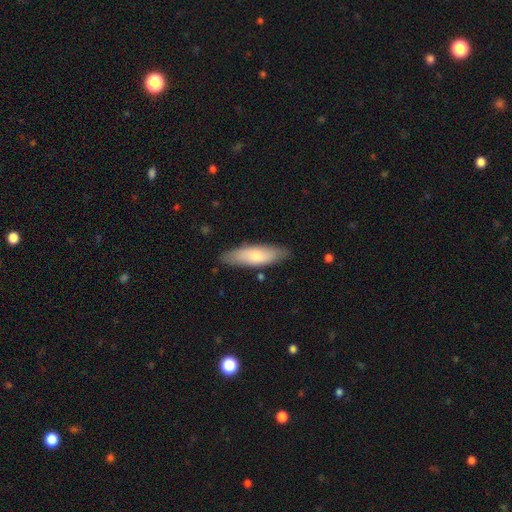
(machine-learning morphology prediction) Smooth or featured? smooth (74%)
How rounded? in between (51%)
Merging? none (83%)